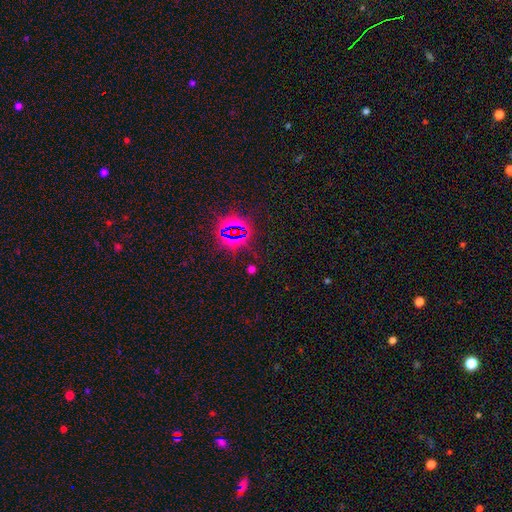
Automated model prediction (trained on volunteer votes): star or artifact 68%, smooth 24%, featured or disk 7%.